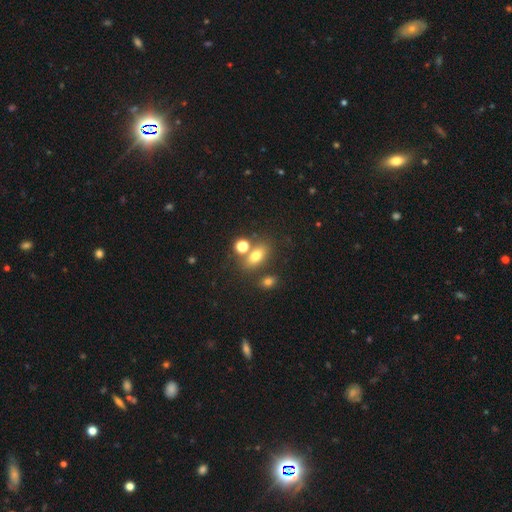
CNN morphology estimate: smooth_or_featured: smooth (p=0.72) [alt: featured or disk p=0.14]
how_rounded: in between (p=0.74) [alt: round p=0.21]
merging: none (p=0.62) [alt: merger p=0.22]